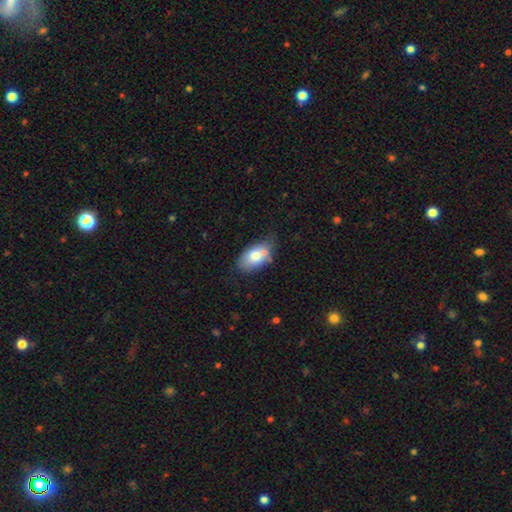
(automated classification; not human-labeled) smooth 74%, featured or disk 19%, star or artifact 7%. Down the decision tree: how rounded — in between (90%); merging — none (53%).